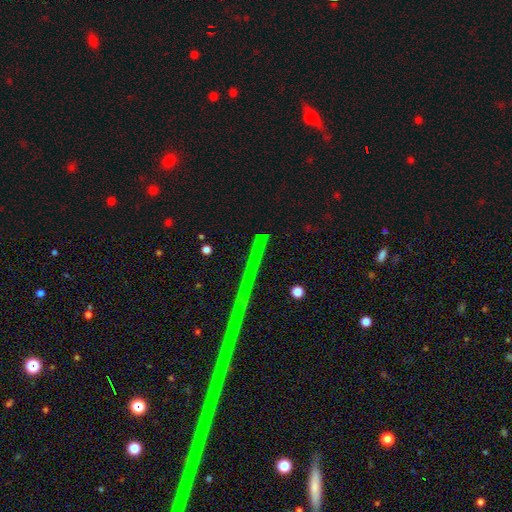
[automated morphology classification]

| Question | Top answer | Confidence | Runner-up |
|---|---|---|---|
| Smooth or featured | star or artifact | 76% | featured or disk (15%) |